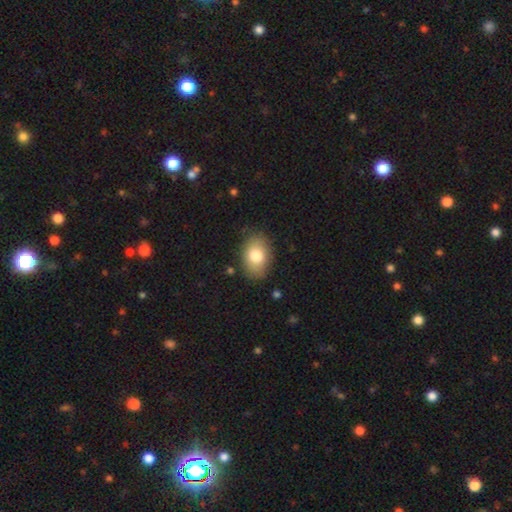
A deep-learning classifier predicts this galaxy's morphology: Smooth or featured: smooth — 79% (featured or disk — 14%)
How rounded: in between — 82% (round — 17%)
Merging: none — 83% (minor disturbance — 12%)